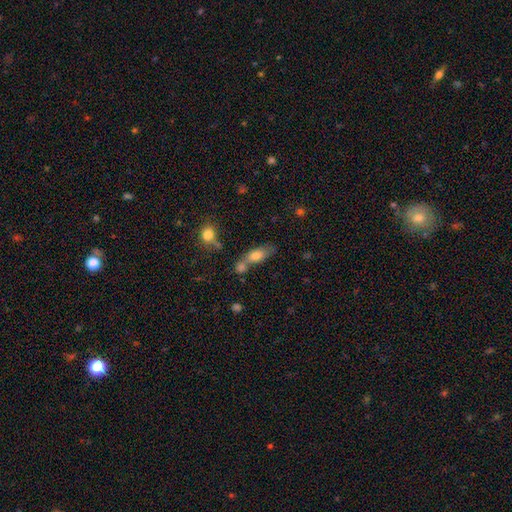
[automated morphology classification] The model was most divided on "merging": merger: 41%, none: 40%, minor disturbance: 13%, major disturbance: 6%. More confident: smooth or featured — smooth (75%); how rounded — in between (73%).